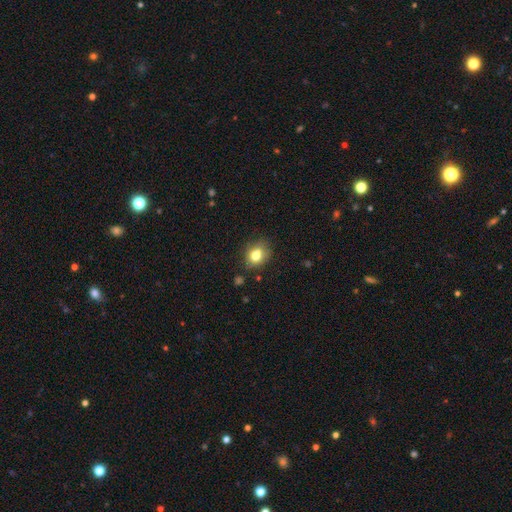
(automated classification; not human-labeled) Overall: smooth (76%). How rounded: in between (51%; round 48%). Merging: none (67%).